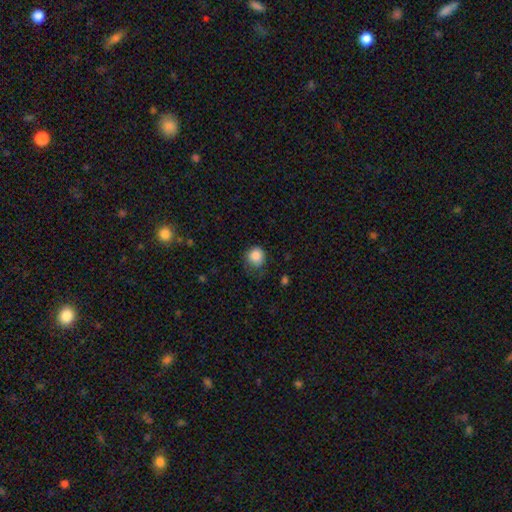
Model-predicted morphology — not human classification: smooth-or-featured: smooth: 86% | star or artifact: 9% | featured or disk: 5%
  how-rounded: round: 84% | in between: 15% | cigar-shaped: 1%
  merging: none: 63% | minor disturbance: 27% | major disturbance: 9% | merger: 1%